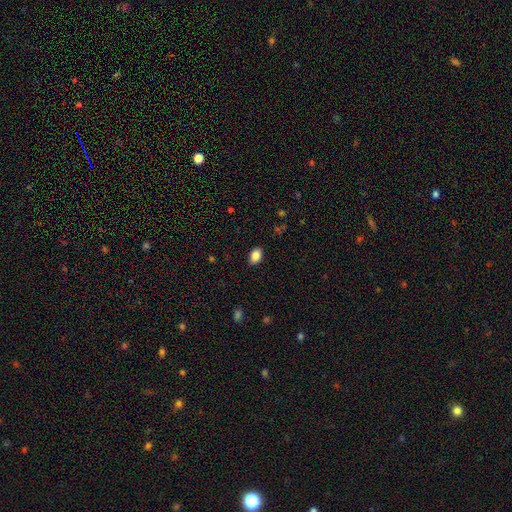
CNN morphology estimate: smooth-or-featured: smooth: 86% | star or artifact: 8% | featured or disk: 5%
  how-rounded: in between: 86% | round: 13% | cigar-shaped: 1%
  merging: none: 88% | minor disturbance: 9% | major disturbance: 2% | merger: 1%